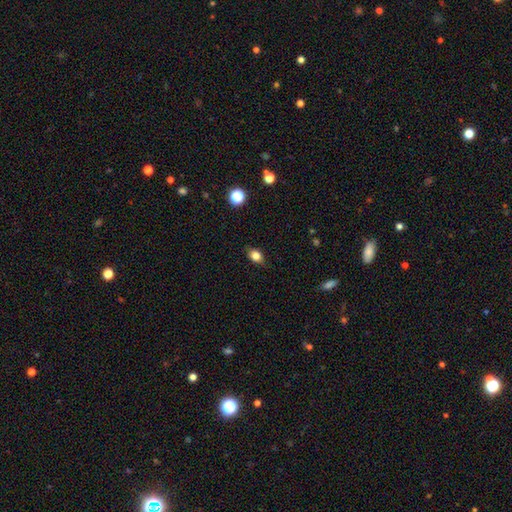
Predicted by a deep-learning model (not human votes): A smooth galaxy with no disk features (81%) that is in between round and cigar-shaped (69%). Merging: none (84%).